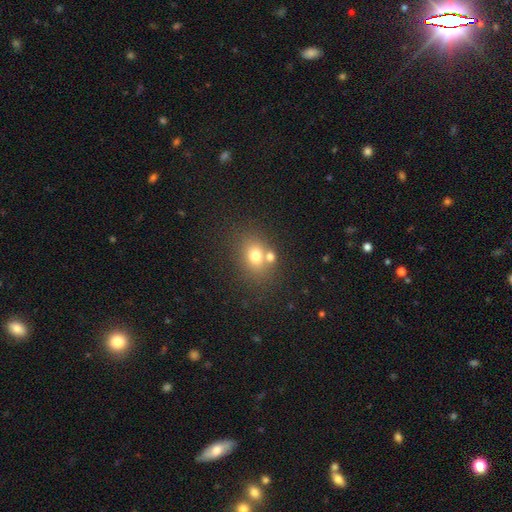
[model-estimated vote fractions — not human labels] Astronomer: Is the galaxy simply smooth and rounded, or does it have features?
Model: smooth — 73%.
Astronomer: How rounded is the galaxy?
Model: in between — 52% (runner-up: round, 47%).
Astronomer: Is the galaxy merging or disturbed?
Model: none — 58%.